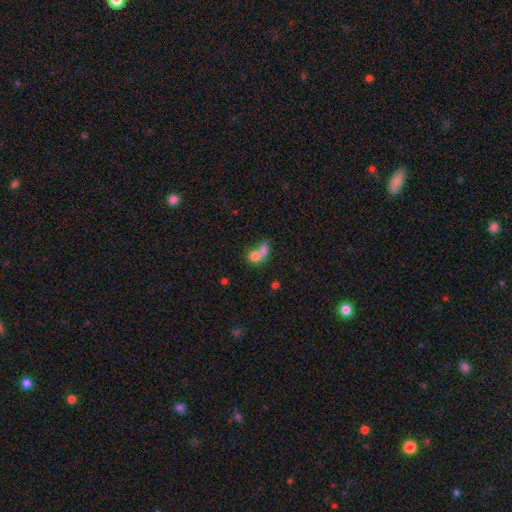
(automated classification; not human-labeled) Smooth or featured? smooth (73%)
How rounded? round (51%)
Merging? merger (68%)